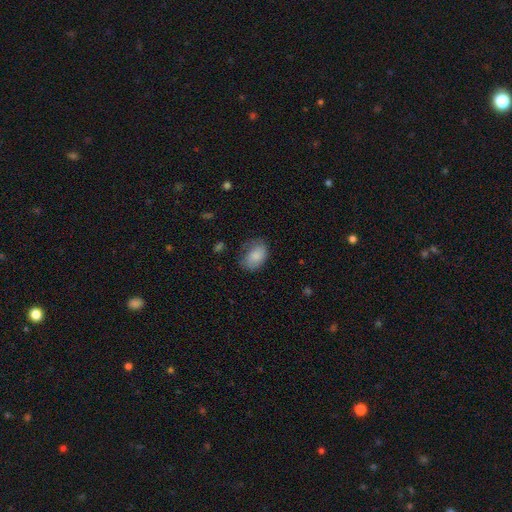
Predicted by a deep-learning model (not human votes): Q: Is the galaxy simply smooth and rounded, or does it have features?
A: smooth — 81%.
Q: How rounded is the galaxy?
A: in between — 82%.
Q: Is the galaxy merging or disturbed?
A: none — 55%.